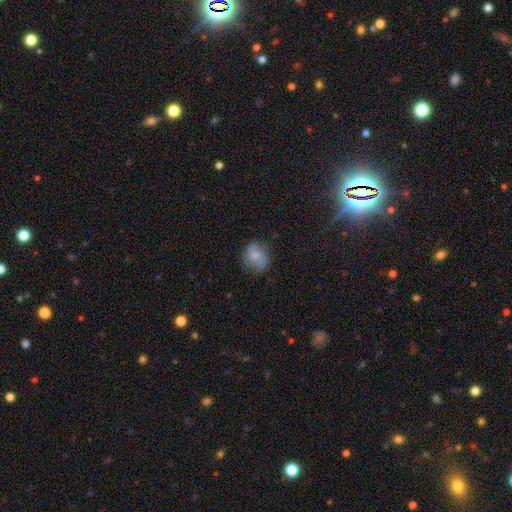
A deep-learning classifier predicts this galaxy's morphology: A smooth galaxy with no disk features (65%) that is round (61%).

Vote fractions:
- Smooth or featured? smooth: 65% / featured or disk: 26% / star or artifact: 9%
- How rounded? round: 61% / in between: 37% / cigar-shaped: 1%
- Merging? none: 67% / minor disturbance: 23% / major disturbance: 8% / merger: 2%